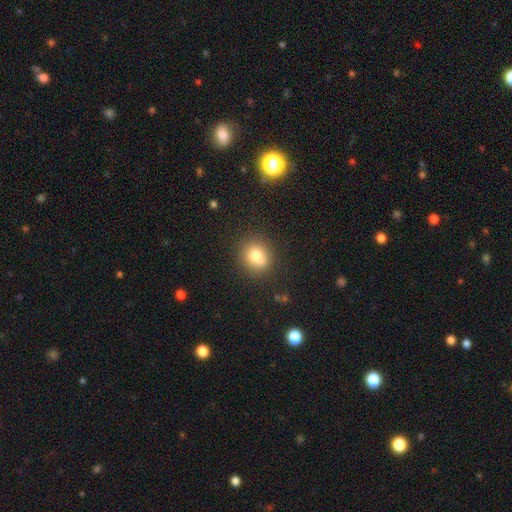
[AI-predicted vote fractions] Morphology: type=smooth (76%); roundness=round (80%); merging=none (73%).